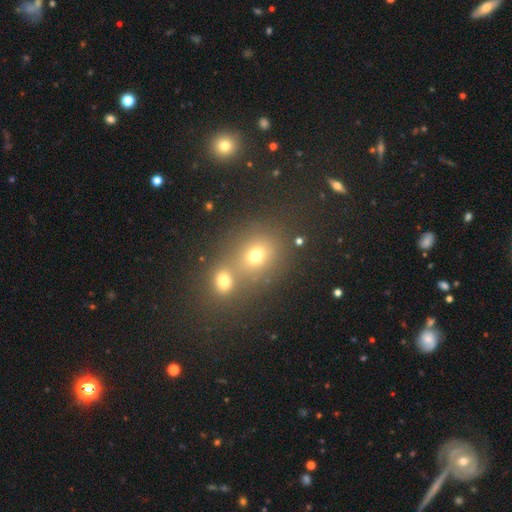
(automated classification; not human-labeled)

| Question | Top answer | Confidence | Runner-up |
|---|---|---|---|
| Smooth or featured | smooth | 69% | star or artifact (19%) |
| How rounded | round | 70% | in between (29%) |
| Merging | none | 45% | merger (44%) |